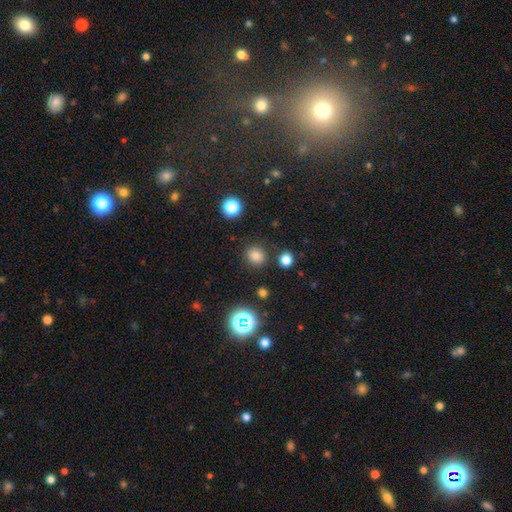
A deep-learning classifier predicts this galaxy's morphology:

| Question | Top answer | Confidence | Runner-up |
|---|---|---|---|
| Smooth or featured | smooth | 78% | star or artifact (16%) |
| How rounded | round | 85% | in between (14%) |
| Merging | none | 86% | minor disturbance (8%) |